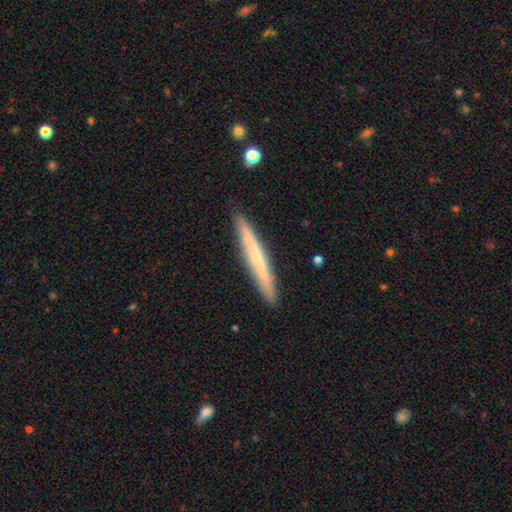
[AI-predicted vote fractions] Q: Smooth or featured?
A: smooth (50%); runner-up: featured or disk (44%)
Q: How rounded?
A: cigar-shaped (96%); runner-up: in between (3%)
Q: Merging?
A: none (90%); runner-up: minor disturbance (7%)